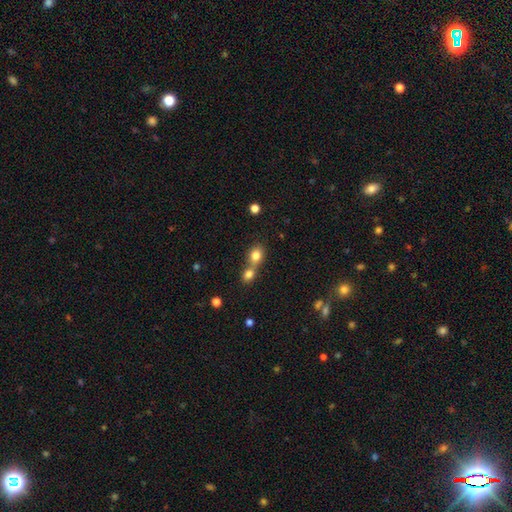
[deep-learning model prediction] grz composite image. It shows a smooth galaxy with no disk features (81%) that is round (61%). Merging: merger (60%).